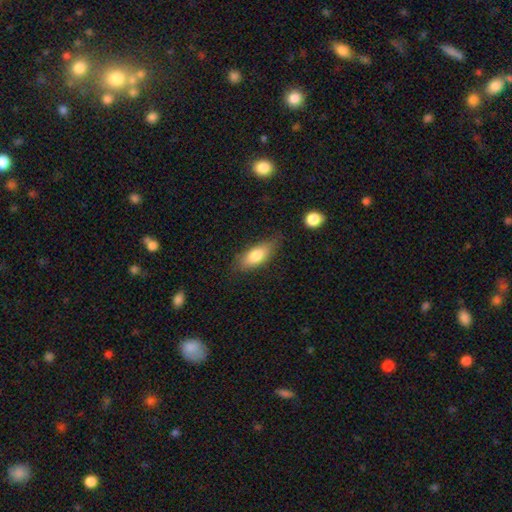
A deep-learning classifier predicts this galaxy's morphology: This appears to be a smooth galaxy with no disk features (77%) that is in between round and cigar-shaped (79%). Merging: none (74%).